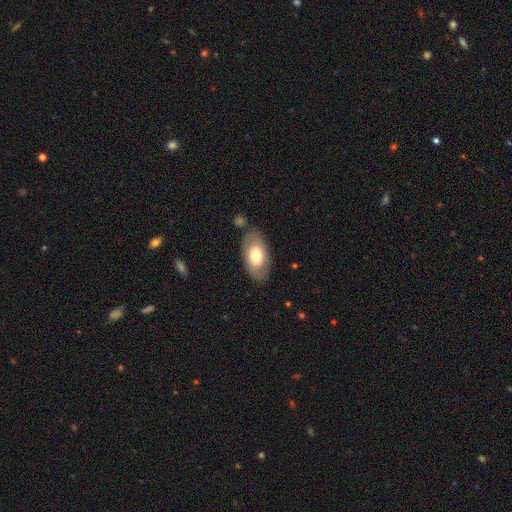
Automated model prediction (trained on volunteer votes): smooth_or_featured: smooth (p=0.65) [alt: featured or disk p=0.29]
how_rounded: in between (p=0.93) [alt: round p=0.05]
merging: none (p=0.78) [alt: minor disturbance p=0.14]